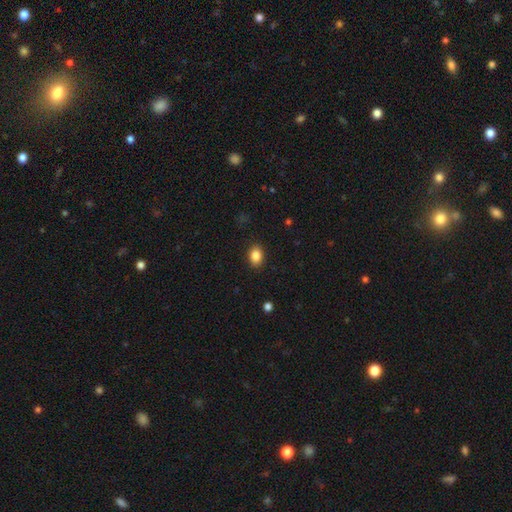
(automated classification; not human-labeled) Q: Smooth or featured?
A: smooth (86%); runner-up: star or artifact (9%)
Q: How rounded?
A: in between (76%); runner-up: round (23%)
Q: Merging?
A: none (89%); runner-up: minor disturbance (8%)